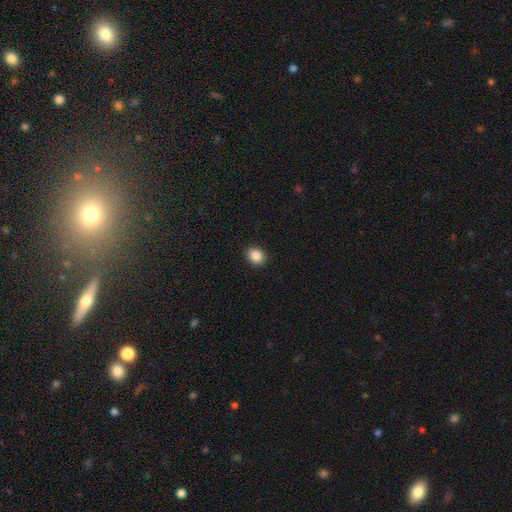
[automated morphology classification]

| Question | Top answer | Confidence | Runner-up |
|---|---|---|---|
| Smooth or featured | smooth | 88% | star or artifact (9%) |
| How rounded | round | 59% | in between (40%) |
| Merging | none | 91% | minor disturbance (6%) |